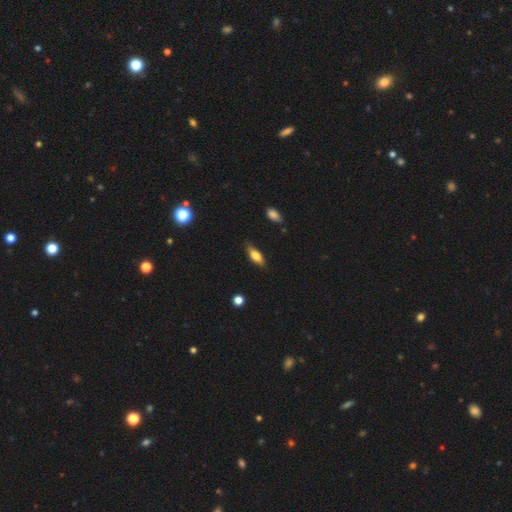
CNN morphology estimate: Smooth or featured: smooth — 74% (featured or disk — 19%)
How rounded: in between — 72% (cigar-shaped — 26%)
Merging: none — 78% (minor disturbance — 17%)